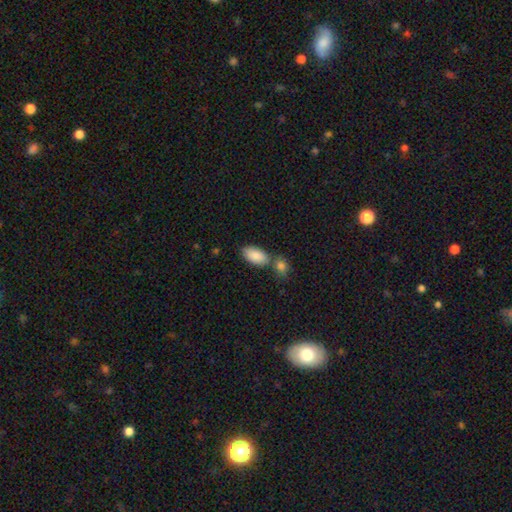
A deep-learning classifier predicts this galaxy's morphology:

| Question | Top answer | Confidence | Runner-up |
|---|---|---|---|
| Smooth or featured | smooth | 87% | featured or disk (7%) |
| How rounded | in between | 94% | cigar-shaped (3%) |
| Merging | none | 55% | merger (28%) |